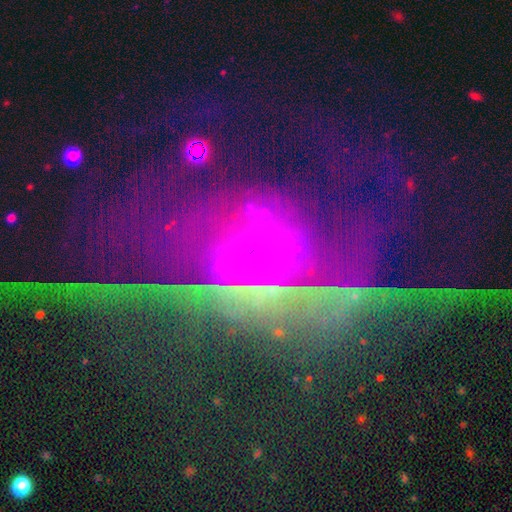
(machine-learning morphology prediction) A featured or disk galaxy (69%) with no bar (62%), 2 (41%) medium (39%) spiral arms (79%) and a moderate central bulge (52%).

Vote fractions:
- Smooth or featured? featured or disk: 69% / star or artifact: 19% / smooth: 12%
- Edge-on disk? no: 94% / yes: 6%
- Bar? no: 62% / weak: 25% / strong: 13%
- Spiral arms? yes: 79% / no: 21%
- Spiral winding? medium: 39% / tight: 32% / loose: 29%
- Spiral arm count? 2: 41% / can't tell: 23% / 1: 11% / 3: 11% / 4: 7% / more than 4: 7%
- Bulge size? moderate: 52% / small: 27% / large: 11% / none: 7% / dominant: 4%
- Merging? none: 41% / major disturbance: 31% / minor disturbance: 16% / merger: 12%